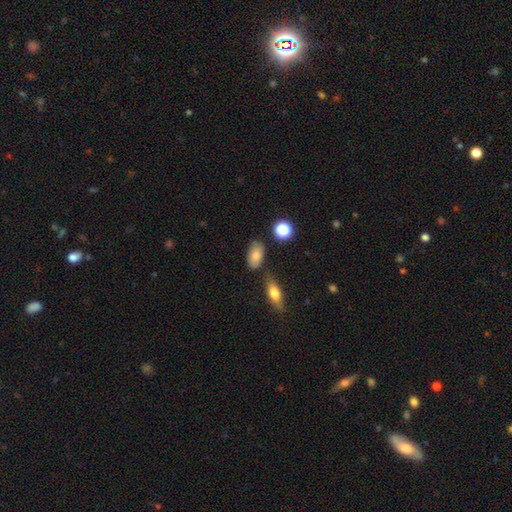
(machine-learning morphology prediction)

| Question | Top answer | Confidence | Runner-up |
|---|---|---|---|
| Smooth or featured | smooth | 81% | featured or disk (10%) |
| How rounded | in between | 90% | round (7%) |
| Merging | none | 74% | minor disturbance (15%) |